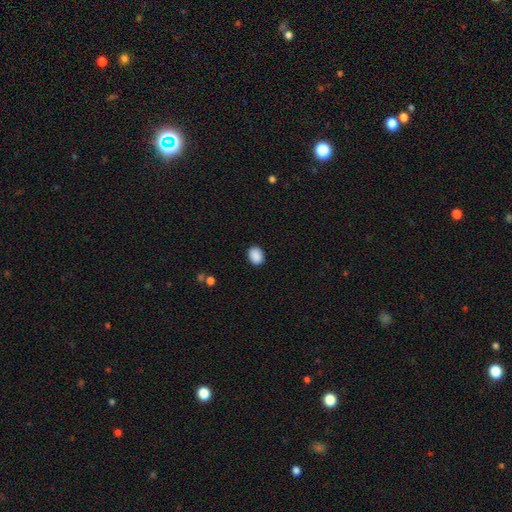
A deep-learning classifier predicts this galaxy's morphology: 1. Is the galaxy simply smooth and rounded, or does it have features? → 90% smooth, 8% star or artifact, 2% featured or disk.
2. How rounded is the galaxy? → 63% in between, 36% round, 1% cigar-shaped.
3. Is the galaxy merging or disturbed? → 89% none, 8% minor disturbance, 2% major disturbance, 1% merger.